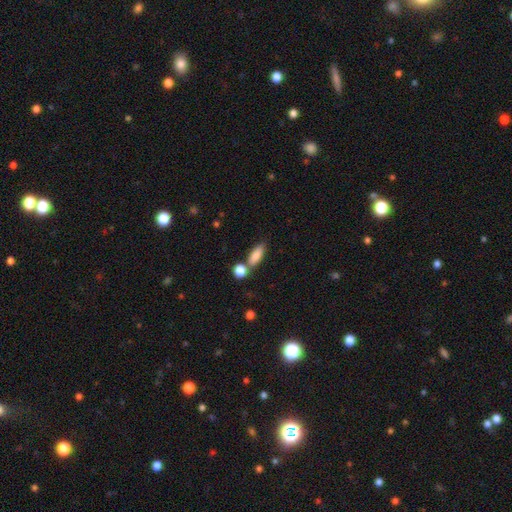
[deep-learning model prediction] Q: Smooth or featured?
A: smooth (84%); runner-up: featured or disk (9%)
Q: How rounded?
A: in between (69%); runner-up: cigar-shaped (25%)
Q: Merging?
A: none (62%); runner-up: merger (21%)